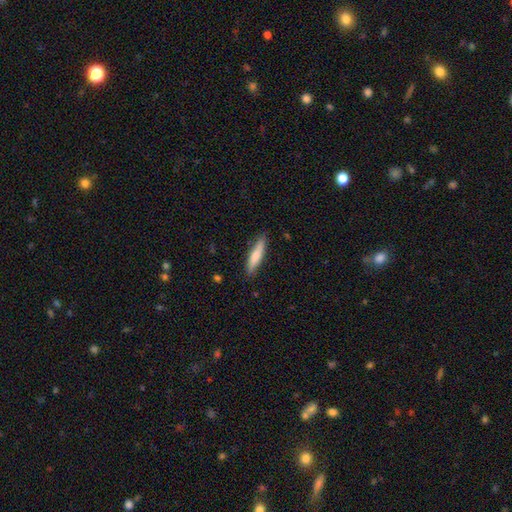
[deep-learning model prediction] Morphology: type=smooth (76%); roundness=cigar-shaped (82%); merging=none (85%).